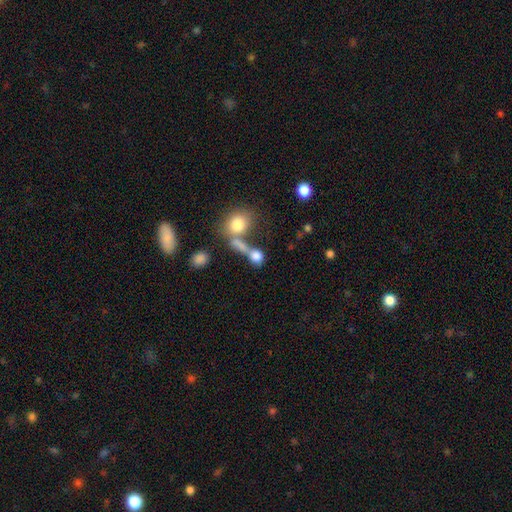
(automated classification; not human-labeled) Morphology: type=smooth (76%); roundness=round (61%); merging=merger (45%).